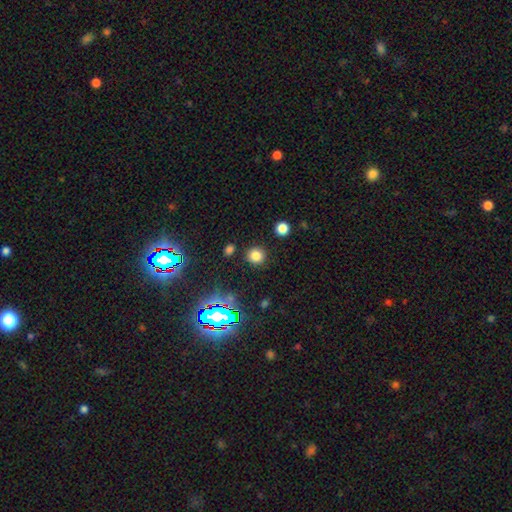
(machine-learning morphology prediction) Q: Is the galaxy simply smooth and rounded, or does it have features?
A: smooth — 77%.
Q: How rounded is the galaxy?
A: round — 92%.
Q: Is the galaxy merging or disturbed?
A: none — 87%.